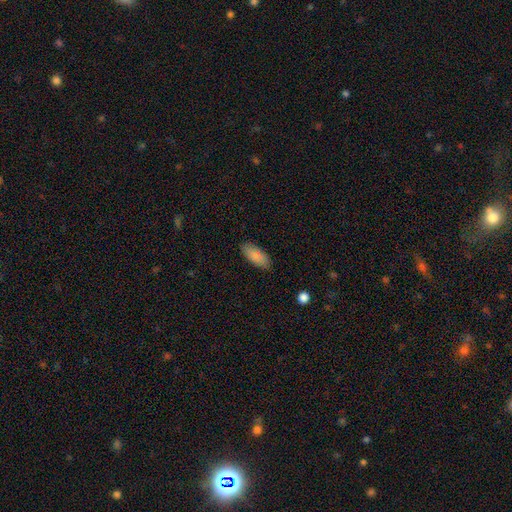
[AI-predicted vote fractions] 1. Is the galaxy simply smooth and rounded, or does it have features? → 88% smooth, 6% star or artifact, 6% featured or disk.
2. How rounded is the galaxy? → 84% in between, 14% cigar-shaped, 2% round.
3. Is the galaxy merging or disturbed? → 86% none, 11% minor disturbance, 2% major disturbance, 1% merger.